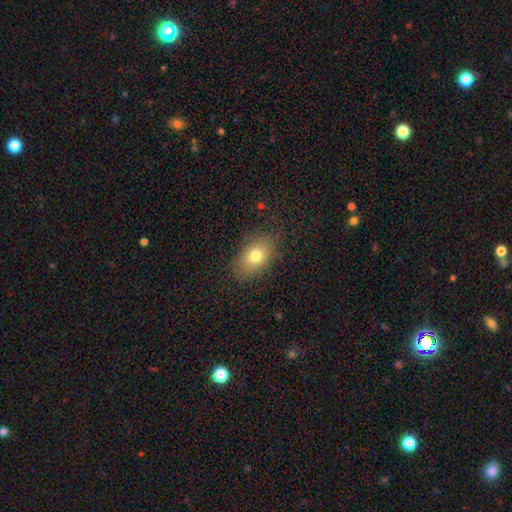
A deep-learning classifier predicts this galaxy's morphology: type=smooth (76%); roundness=in between (83%); merging=none (82%).